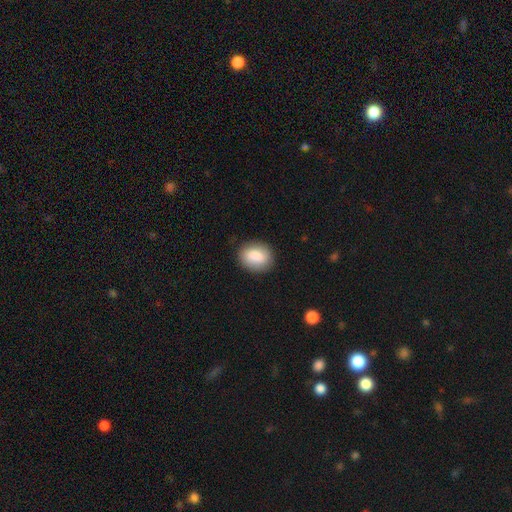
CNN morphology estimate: Smooth or featured? smooth (84%)
How rounded? in between (55%)
Merging? none (87%)